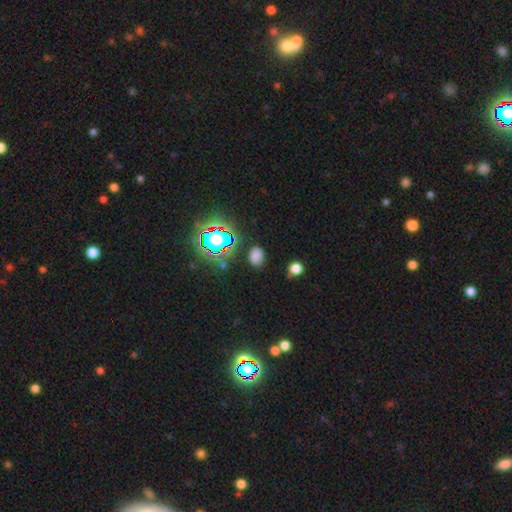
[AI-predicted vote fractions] The model was most divided on "how rounded": in between: 68%, round: 31%, cigar-shaped: 1%. More confident: merging — none (81%); smooth or featured — smooth (69%).